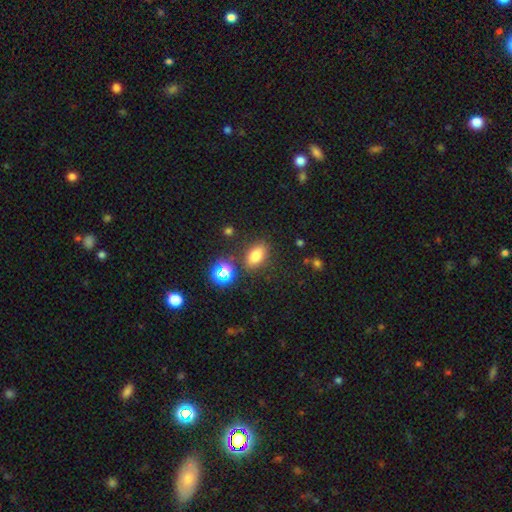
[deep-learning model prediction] Smooth or featured? smooth (72%)
How rounded? in between (79%)
Merging? none (81%)